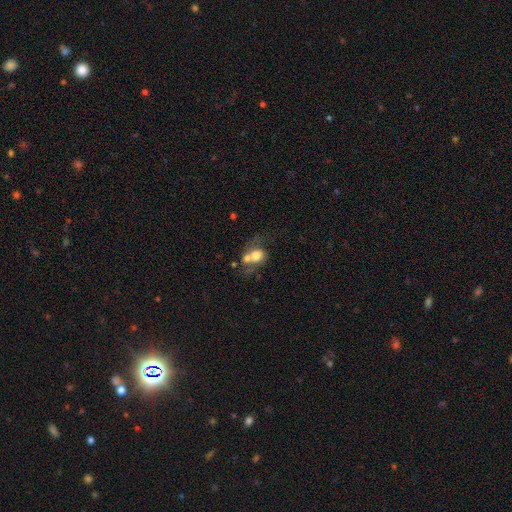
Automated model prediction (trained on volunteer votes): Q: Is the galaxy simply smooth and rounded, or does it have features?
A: smooth — 58%.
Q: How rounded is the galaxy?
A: round — 60%.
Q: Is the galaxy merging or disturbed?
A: merger — 53%.